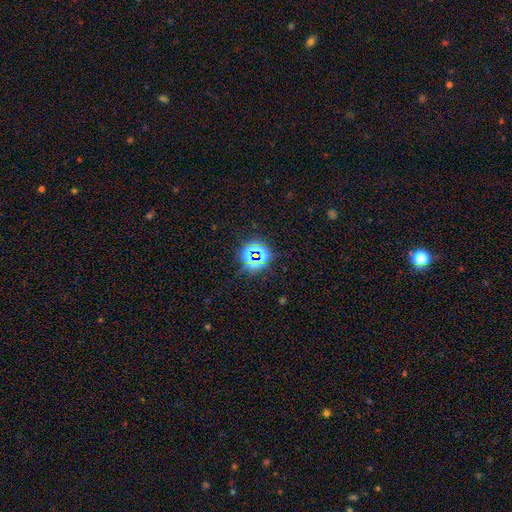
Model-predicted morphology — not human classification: type=star or artifact (72%).